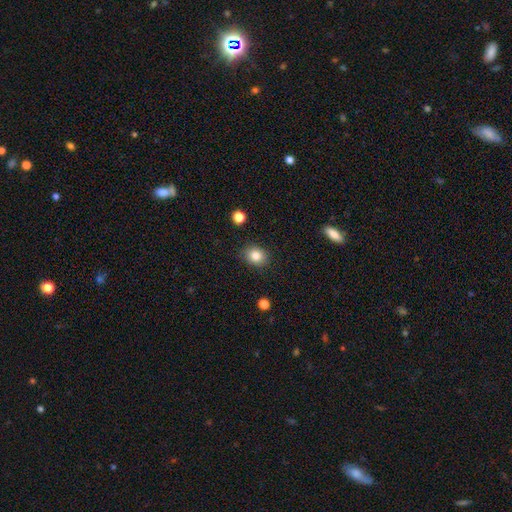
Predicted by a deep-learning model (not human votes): Smooth or featured?
  - smooth: 84% *
  - star or artifact: 10%
  - featured or disk: 6%
How rounded?
  - round: 58% *
  - in between: 41%
  - cigar-shaped: 1%
Merging?
  - none: 87% *
  - minor disturbance: 10%
  - major disturbance: 2%
  - merger: 2%